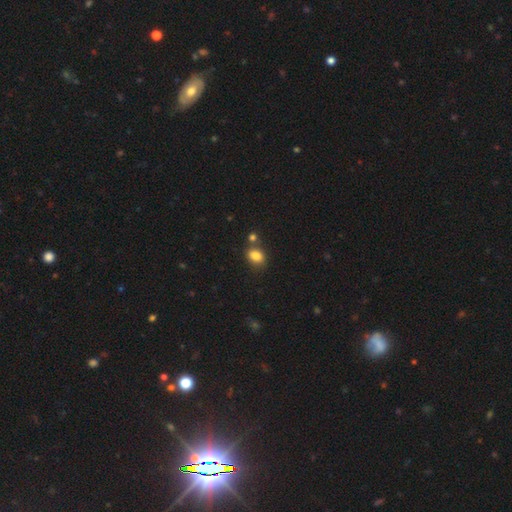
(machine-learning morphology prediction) Smooth or featured?
  - smooth: 84% *
  - star or artifact: 10%
  - featured or disk: 6%
How rounded?
  - in between: 70% *
  - round: 29%
  - cigar-shaped: 1%
Merging?
  - none: 63% *
  - merger: 19%
  - minor disturbance: 13%
  - major disturbance: 4%